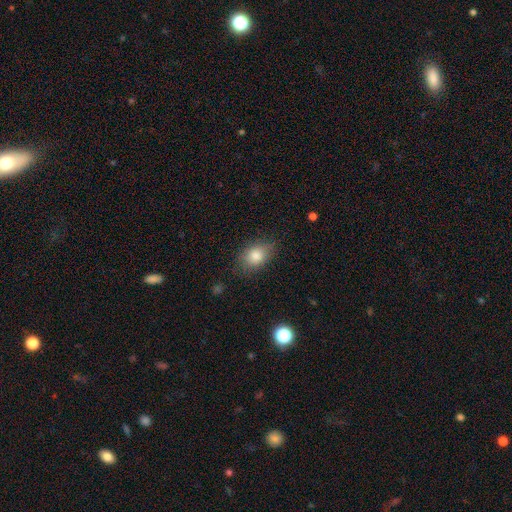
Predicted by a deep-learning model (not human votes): Overall: smooth (82%). How rounded: in between (75%). Merging: none (79%).